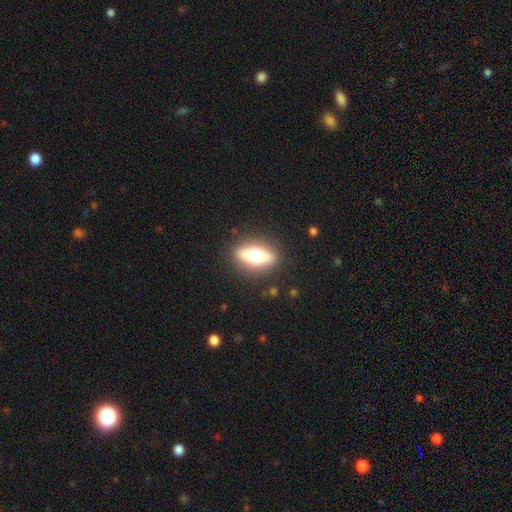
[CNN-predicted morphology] Overall: smooth (49%; featured or disk 43%). Merging: none (87%).